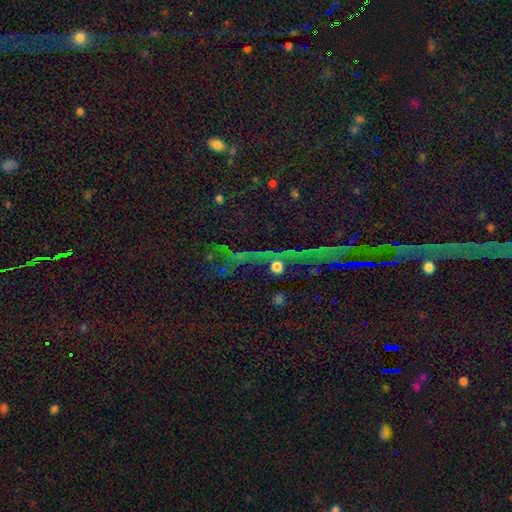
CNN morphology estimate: Smooth or featured? star or artifact (74%)